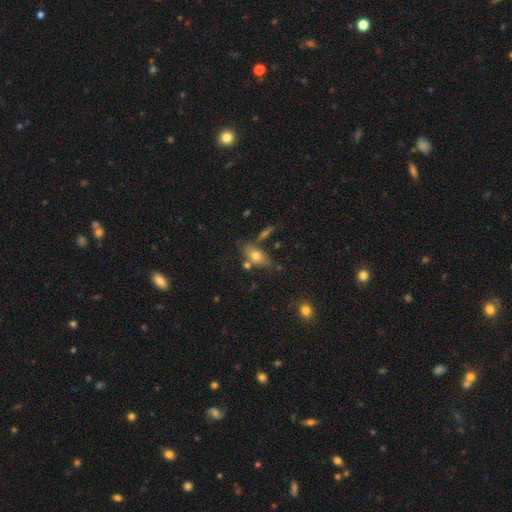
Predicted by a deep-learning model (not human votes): smooth 69%, featured or disk 22%, star or artifact 8%. Down the decision tree: how rounded — in between (84%); merging — none (64%).